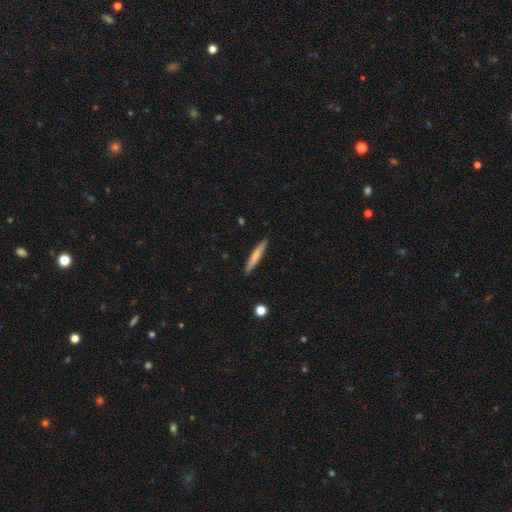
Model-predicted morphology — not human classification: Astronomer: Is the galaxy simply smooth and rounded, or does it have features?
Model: smooth — 68%.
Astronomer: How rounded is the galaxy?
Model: cigar-shaped — 94%.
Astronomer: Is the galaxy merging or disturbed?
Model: none — 90%.